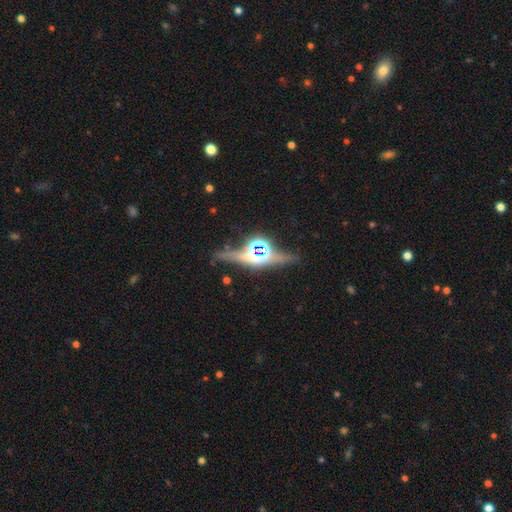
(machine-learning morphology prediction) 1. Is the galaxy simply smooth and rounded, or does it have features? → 50% star or artifact, 32% featured or disk, 18% smooth.